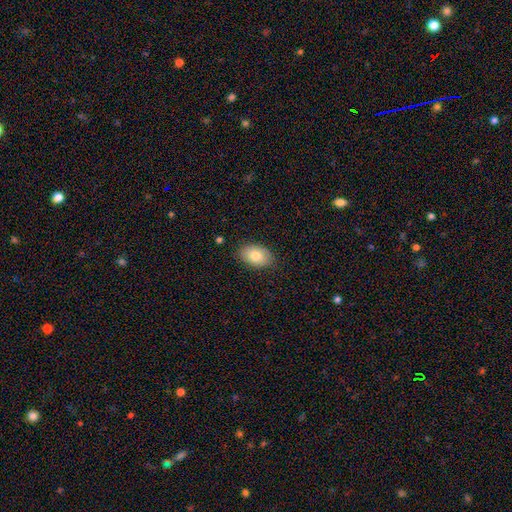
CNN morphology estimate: The model was most divided on "smooth or featured": smooth: 80%, featured or disk: 12%, star or artifact: 7%. More confident: how rounded — in between (90%); merging — none (85%).